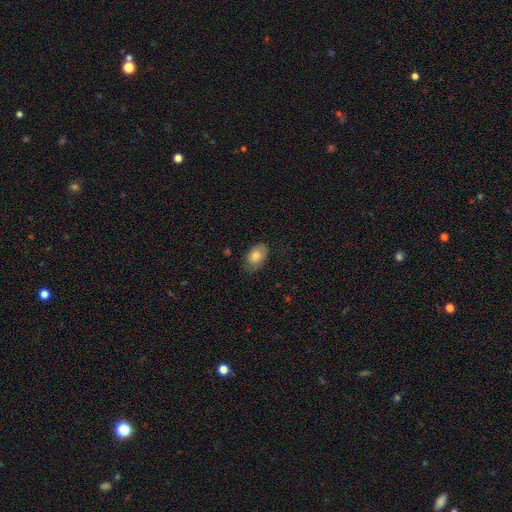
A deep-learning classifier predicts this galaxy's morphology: Smooth or featured? smooth (76%)
How rounded? in between (88%)
Merging? none (72%)